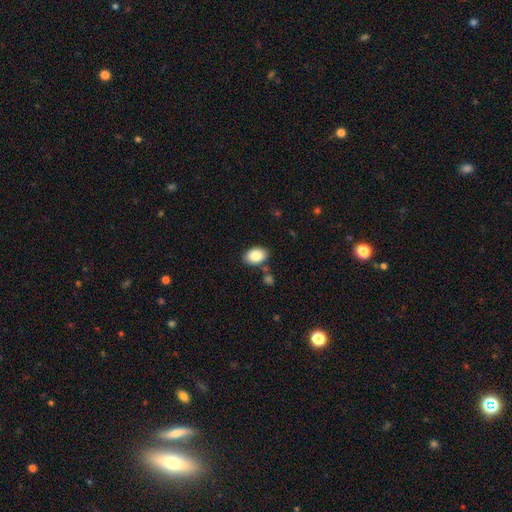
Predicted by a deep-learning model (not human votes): Smooth or featured? Predicted: smooth (p=0.86). How rounded? Predicted: in between (p=0.85). Merging? Predicted: none (p=0.81).